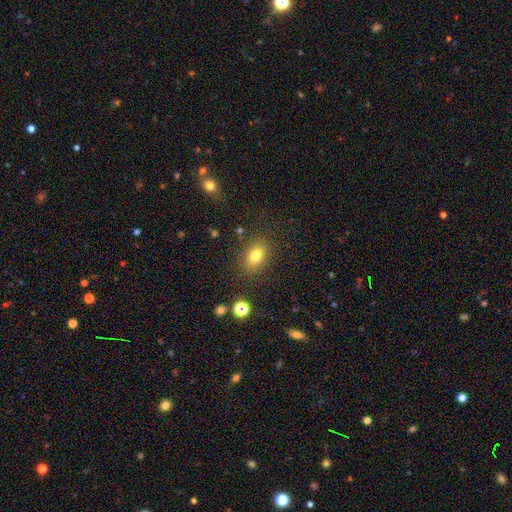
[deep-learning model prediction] A smooth galaxy with no disk features (78%) that is in between round and cigar-shaped (77%).

Vote fractions:
- Smooth or featured? smooth: 78% / star or artifact: 12% / featured or disk: 10%
- How rounded? in between: 77% / round: 21% / cigar-shaped: 2%
- Merging? none: 83% / minor disturbance: 10% / major disturbance: 4% / merger: 2%